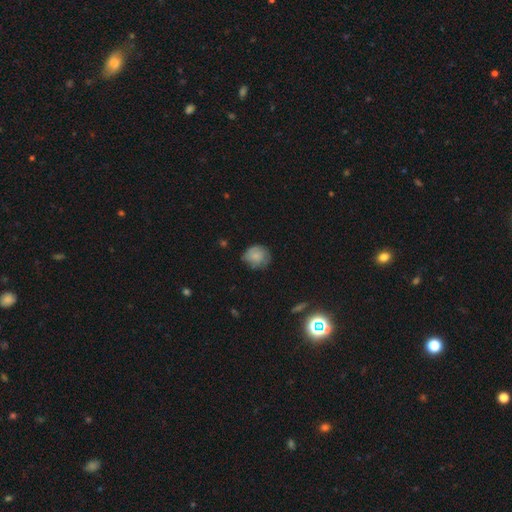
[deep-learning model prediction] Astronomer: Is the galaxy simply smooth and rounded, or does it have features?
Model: smooth — 77%.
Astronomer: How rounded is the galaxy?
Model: round — 74%.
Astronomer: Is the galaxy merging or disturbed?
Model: none — 66%.